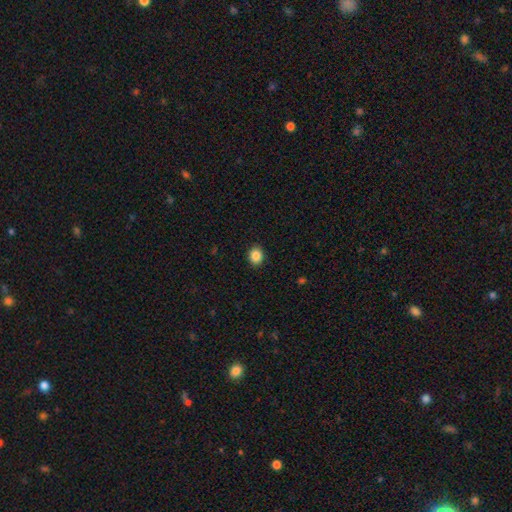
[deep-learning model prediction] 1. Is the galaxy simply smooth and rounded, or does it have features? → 86% smooth, 9% star or artifact, 5% featured or disk.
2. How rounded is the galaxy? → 60% round, 39% in between, 1% cigar-shaped.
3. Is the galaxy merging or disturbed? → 91% none, 7% minor disturbance, 2% major disturbance, 1% merger.